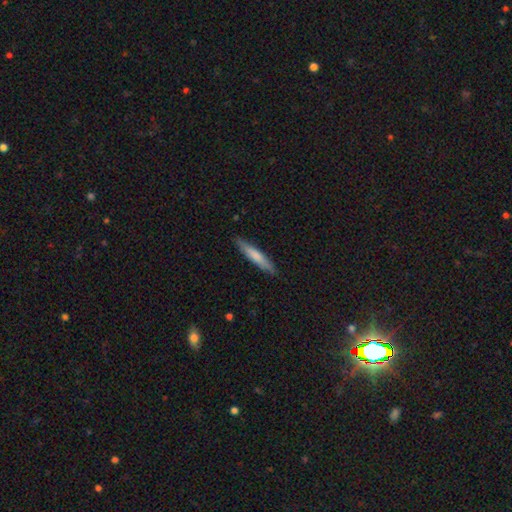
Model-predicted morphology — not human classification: A smooth galaxy with no disk features (71%) that is cigar-shaped (91%). Merging: none (88%).